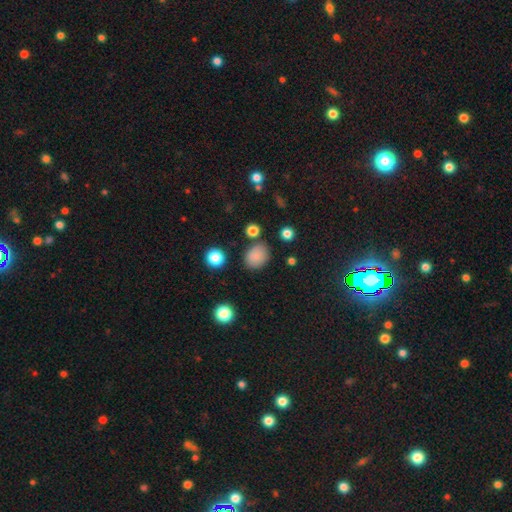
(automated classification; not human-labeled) This appears to be a smooth galaxy with no disk features (83%) that is round (50%). Merging: none (80%).